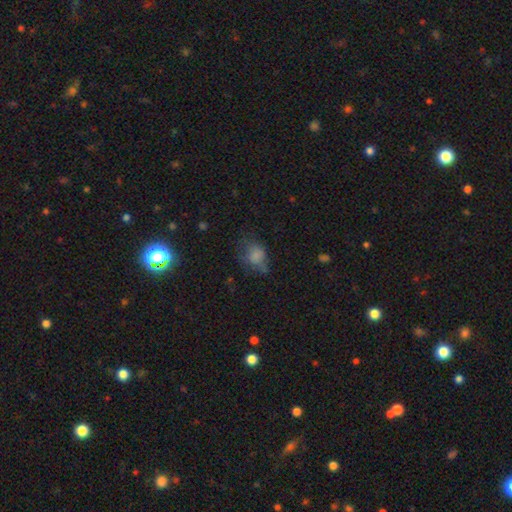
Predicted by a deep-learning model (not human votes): Smooth or featured? smooth (70%)
How rounded? in between (58%)
Merging? none (39%)